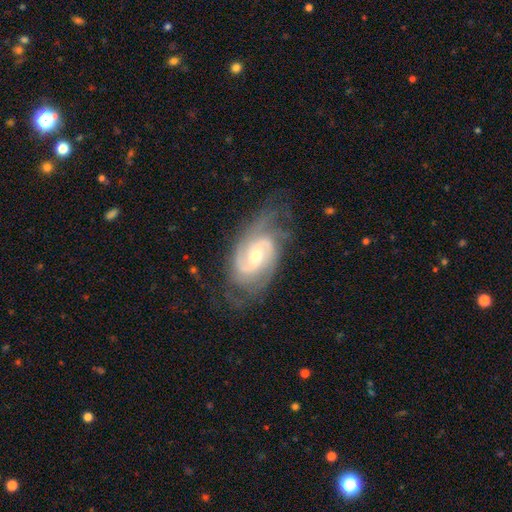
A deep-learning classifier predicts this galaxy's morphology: The model was most divided on "bulge size" (2-way tie): small: 48%, moderate: 48%, large: 2%, none: 1%, dominant: 1%. Remaining: spiral arms — yes (97%); edge-on disk — no (96%); smooth or featured — featured or disk (89%); merging — none (65%); spiral arm count — 2 (63%); spiral winding — tight (46%); bar — no (46%).